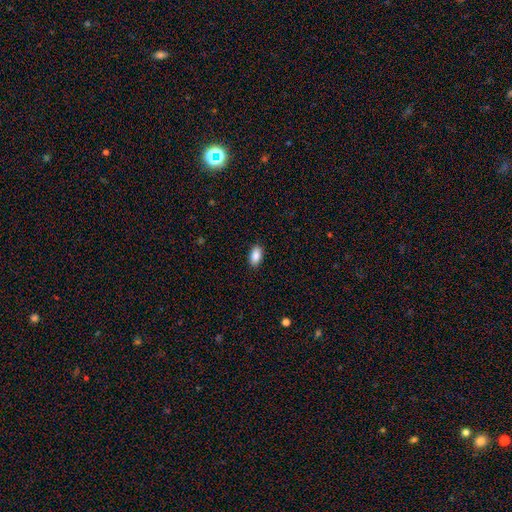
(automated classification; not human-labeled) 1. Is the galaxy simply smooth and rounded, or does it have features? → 88% smooth, 7% star or artifact, 4% featured or disk.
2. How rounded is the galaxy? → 93% in between, 4% round, 3% cigar-shaped.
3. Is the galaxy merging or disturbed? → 88% none, 9% minor disturbance, 2% major disturbance, 1% merger.